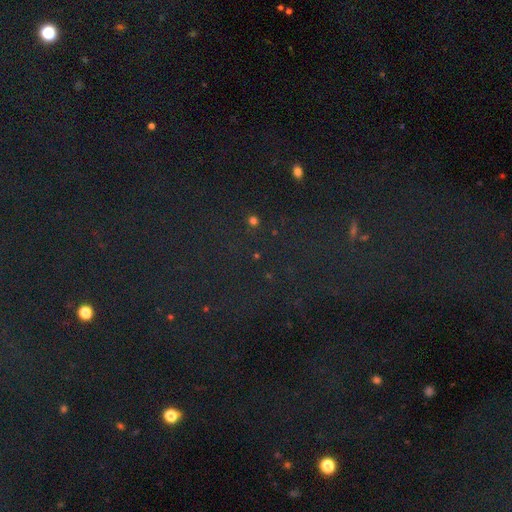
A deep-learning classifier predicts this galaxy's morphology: This is likely a star or artifact rather than a galaxy (79%).